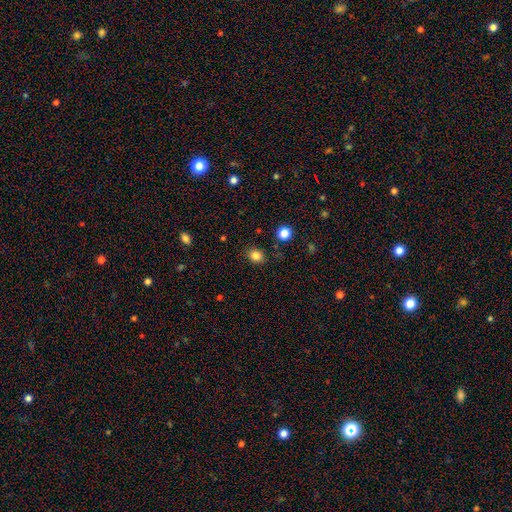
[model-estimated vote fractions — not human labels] Smooth or featured? smooth (83%)
How rounded? round (63%)
Merging? none (86%)